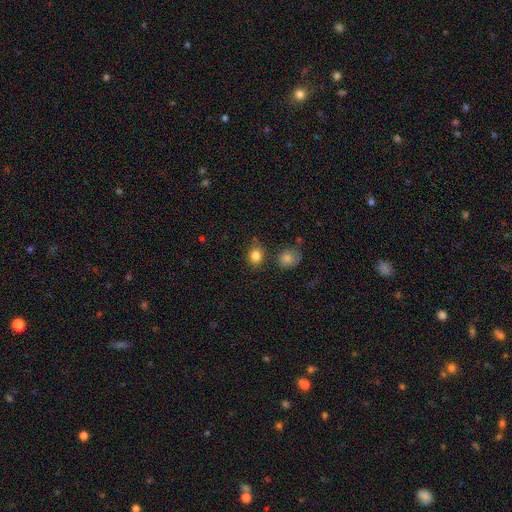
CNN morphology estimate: smooth 83%, star or artifact 11%, featured or disk 6%. Down the decision tree: how rounded — round (64%); merging — none (75%).